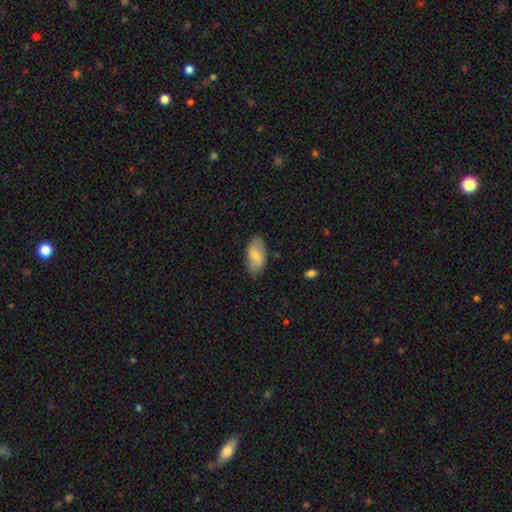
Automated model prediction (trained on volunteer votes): This appears to be a smooth galaxy with no disk features (74%) that is in between round and cigar-shaped (94%). Merging: none (76%).